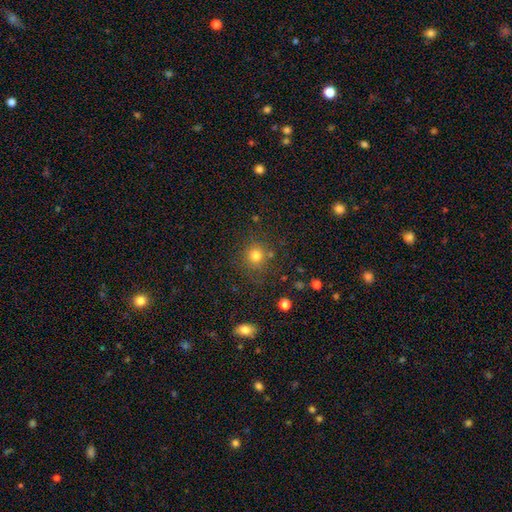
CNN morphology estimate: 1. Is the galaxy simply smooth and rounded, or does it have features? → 79% smooth, 15% star or artifact, 7% featured or disk.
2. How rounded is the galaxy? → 91% round, 8% in between, 1% cigar-shaped.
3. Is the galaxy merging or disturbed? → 79% none, 10% minor disturbance, 6% merger, 5% major disturbance.